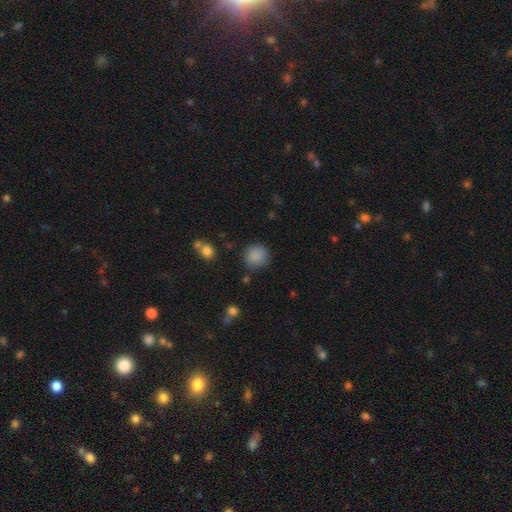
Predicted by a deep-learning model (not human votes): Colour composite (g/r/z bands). It shows a smooth galaxy with no disk features (86%) that is round (90%). Merging: none (81%).